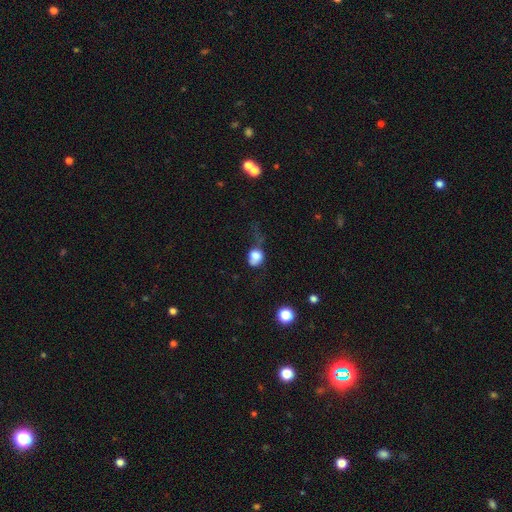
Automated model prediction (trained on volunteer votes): Smooth or featured: smooth — 74% (featured or disk — 15%)
How rounded: round — 56% (in between — 42%)
Merging: major disturbance — 40% (minor disturbance — 27%)